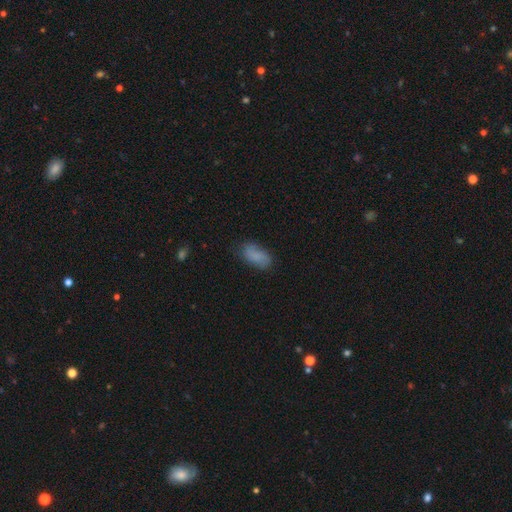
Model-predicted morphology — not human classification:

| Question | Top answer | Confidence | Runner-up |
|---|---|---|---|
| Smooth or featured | smooth | 77% | featured or disk (14%) |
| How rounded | in between | 91% | cigar-shaped (5%) |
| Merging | none | 69% | minor disturbance (23%) |